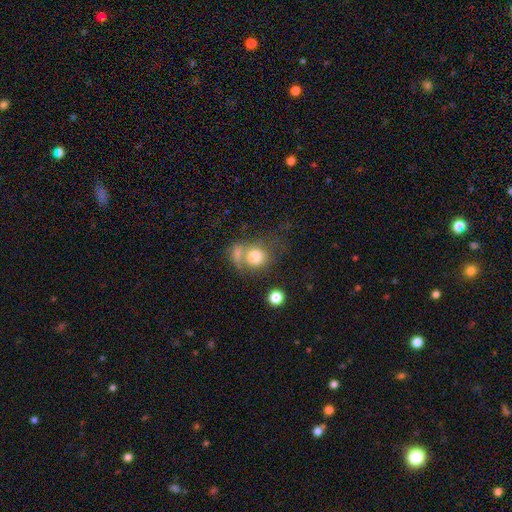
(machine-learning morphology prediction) Smooth or featured? smooth (70%)
How rounded? round (63%)
Merging? merger (48%)